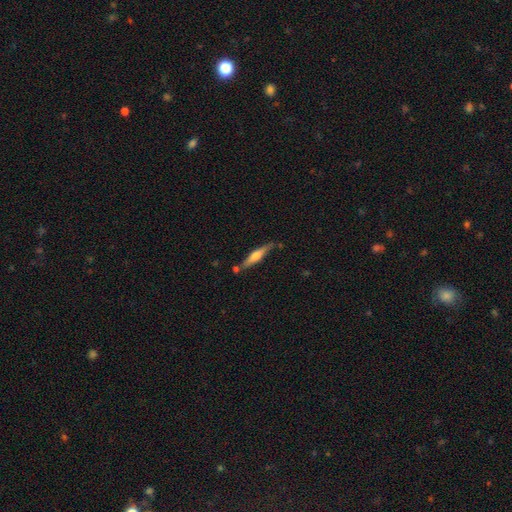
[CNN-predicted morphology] Smooth or featured? Predicted: featured or disk (p=0.57). Edge-on disk? Predicted: yes (p=0.95). Edge-on bulge? Predicted: rounded (p=0.84). Merging? Predicted: none (p=0.75).